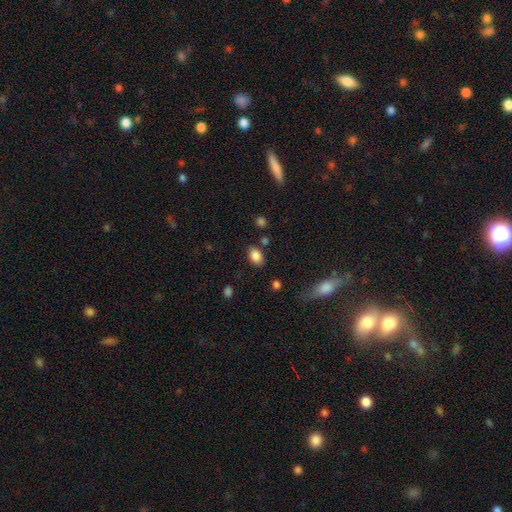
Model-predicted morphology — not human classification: Q: Smooth or featured?
A: smooth (85%); runner-up: star or artifact (9%)
Q: How rounded?
A: in between (84%); runner-up: round (15%)
Q: Merging?
A: none (79%); runner-up: minor disturbance (13%)